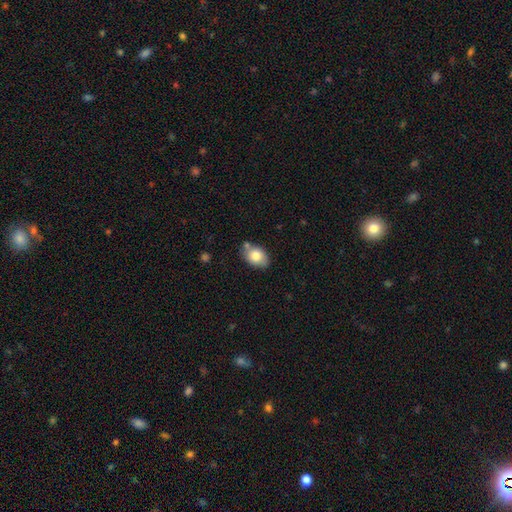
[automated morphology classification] Q: Smooth or featured?
A: smooth (80%); runner-up: featured or disk (13%)
Q: How rounded?
A: in between (80%); runner-up: round (19%)
Q: Merging?
A: none (68%); runner-up: minor disturbance (18%)